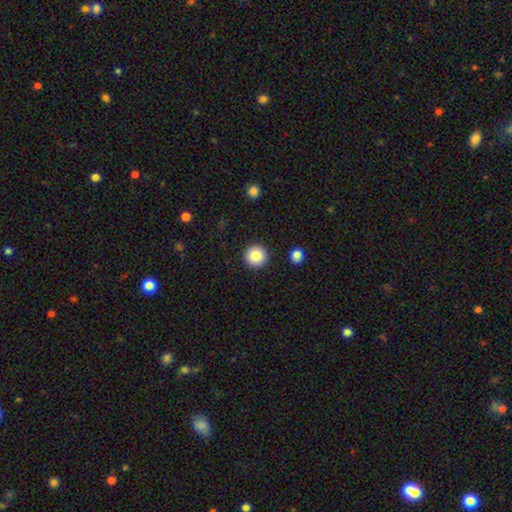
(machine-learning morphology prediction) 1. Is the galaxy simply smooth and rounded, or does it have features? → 84% smooth, 9% star or artifact, 7% featured or disk.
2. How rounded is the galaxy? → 96% round, 3% in between, 1% cigar-shaped.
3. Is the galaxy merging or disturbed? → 92% none, 5% minor disturbance, 2% major disturbance, 1% merger.